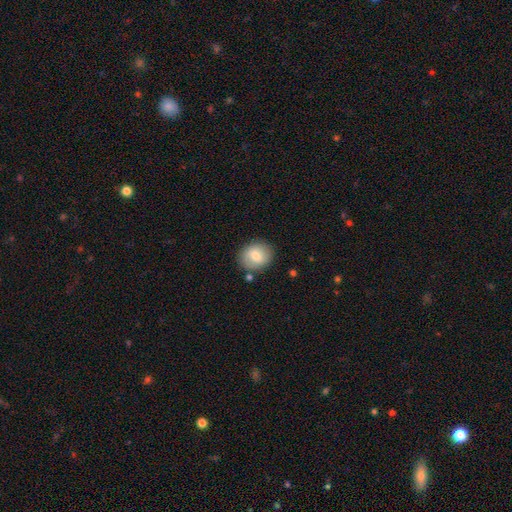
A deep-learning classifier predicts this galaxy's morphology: Q: Smooth or featured?
A: smooth (73%); runner-up: featured or disk (20%)
Q: How rounded?
A: round (69%); runner-up: in between (30%)
Q: Merging?
A: none (81%); runner-up: minor disturbance (12%)